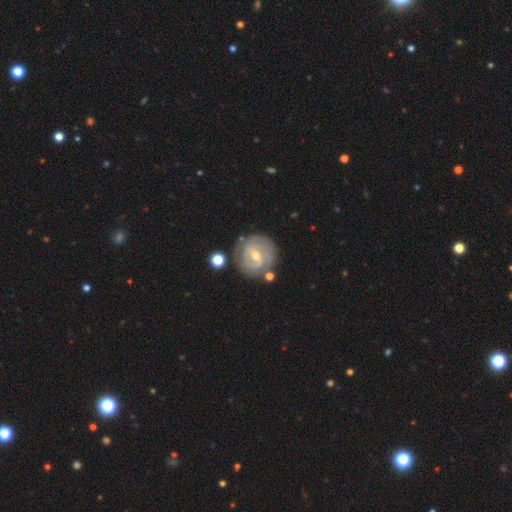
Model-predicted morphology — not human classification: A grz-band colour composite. It shows a featured or disk galaxy (84%) with a weak bar (53%), 2 (55%) tight (65%) spiral arms (94%) and a moderate central bulge (51%). Merging: none (77%).